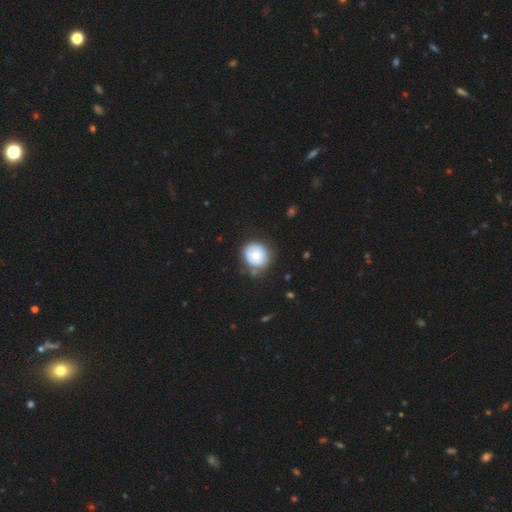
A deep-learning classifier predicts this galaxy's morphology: smooth 65%, featured or disk 28%, star or artifact 8%. Down the decision tree: how rounded — round (84%); merging — none (66%).